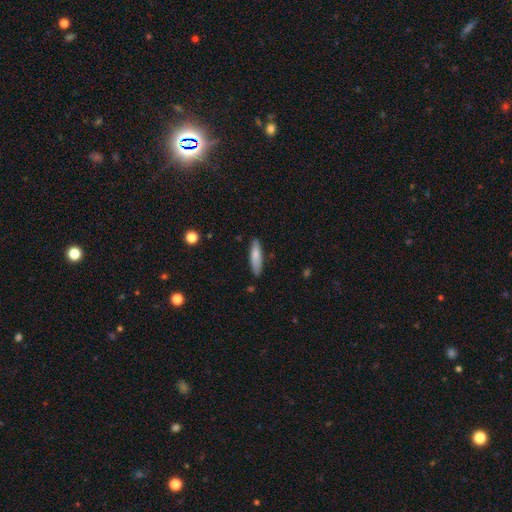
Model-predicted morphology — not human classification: smooth-or-featured: smooth: 79% | featured or disk: 16% | star or artifact: 6%
  how-rounded: cigar-shaped: 71% | in between: 28% | round: 2%
  merging: none: 83% | minor disturbance: 13% | major disturbance: 2% | merger: 2%